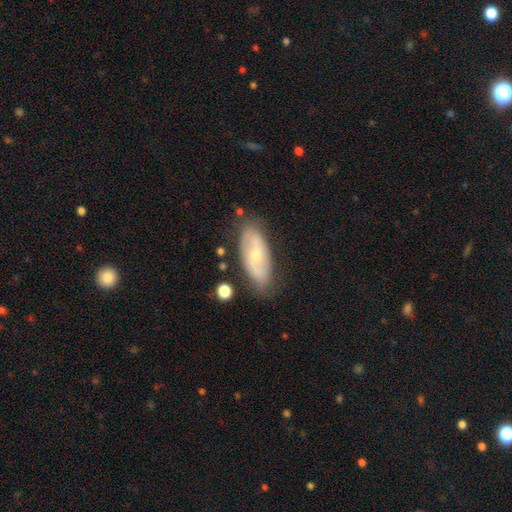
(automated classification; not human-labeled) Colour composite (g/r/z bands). It shows a featured or disk galaxy (55%). Merging: none (75%).